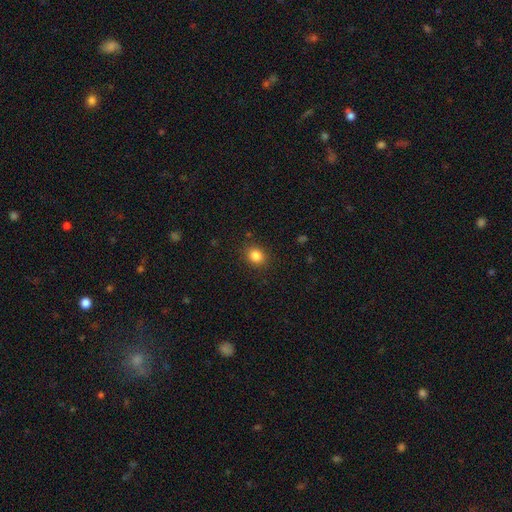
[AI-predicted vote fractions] Smooth or featured? Predicted: smooth (p=0.85). How rounded? Predicted: round (p=0.64). Merging? Predicted: none (p=0.88).